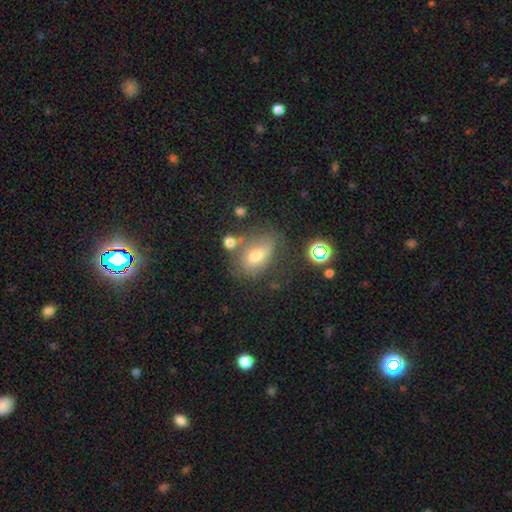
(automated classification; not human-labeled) smooth_or_featured: smooth (p=0.64) [alt: featured or disk p=0.22]
how_rounded: in between (p=0.78) [alt: round p=0.18]
merging: none (p=0.53) [alt: minor disturbance p=0.21]